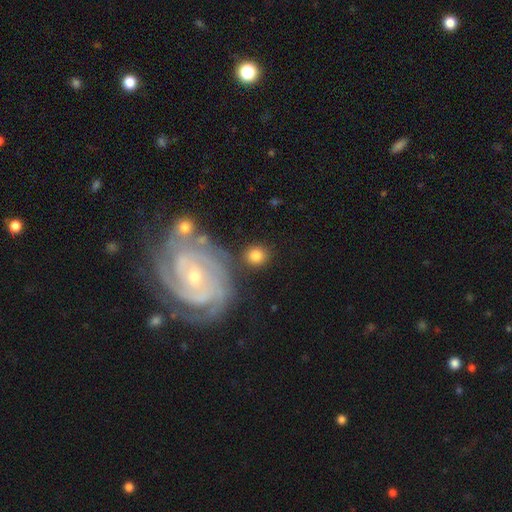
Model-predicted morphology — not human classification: smooth_or_featured: smooth (p=0.80) [alt: featured or disk p=0.13]
how_rounded: round (p=0.82) [alt: in between p=0.16]
merging: none (p=0.79) [alt: minor disturbance p=0.10]